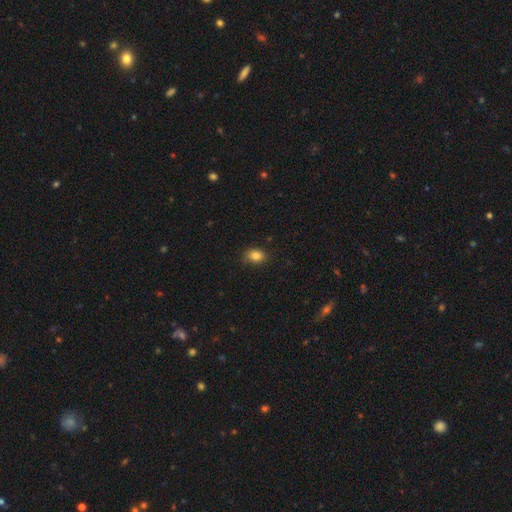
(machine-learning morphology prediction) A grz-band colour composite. It shows a smooth galaxy with no disk features (83%) that is in between round and cigar-shaped (59%). Merging: none (78%).